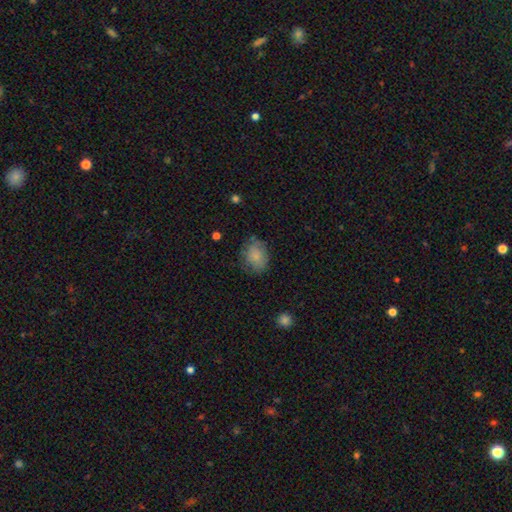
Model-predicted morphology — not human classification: Smooth or featured? smooth (80%)
How rounded? in between (58%)
Merging? none (69%)